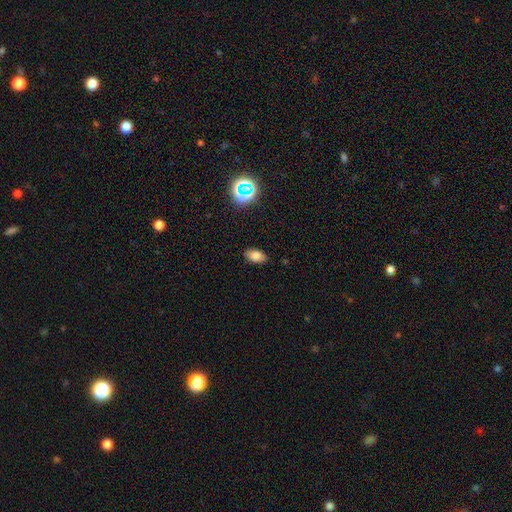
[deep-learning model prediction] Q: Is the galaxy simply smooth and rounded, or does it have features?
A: smooth — 77%.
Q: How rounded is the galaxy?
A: in between — 91%.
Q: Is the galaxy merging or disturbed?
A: none — 86%.